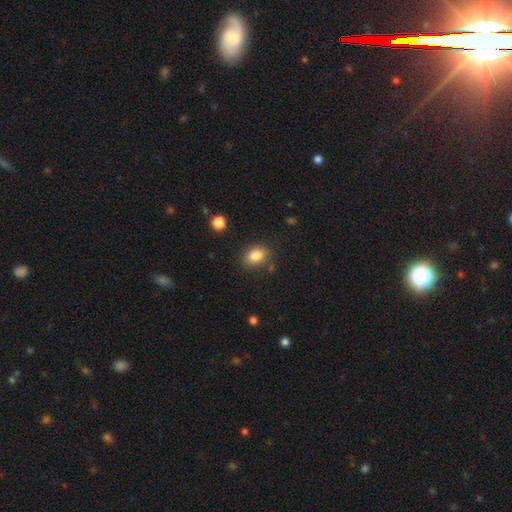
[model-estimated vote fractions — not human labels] A smooth galaxy with no disk features (84%) that is in between round and cigar-shaped (65%). Merging: none (82%).